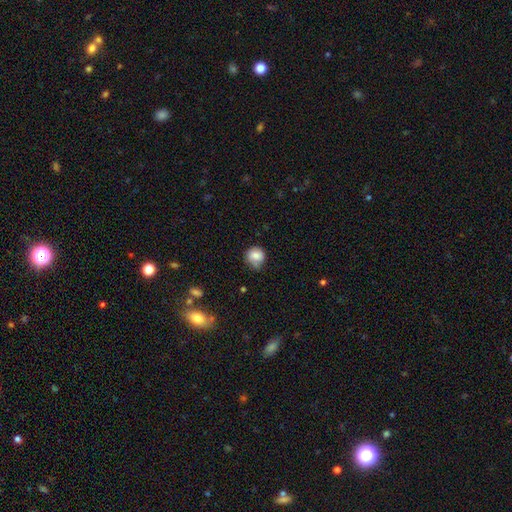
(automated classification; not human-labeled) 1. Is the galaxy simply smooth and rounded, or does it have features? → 78% smooth, 14% featured or disk, 8% star or artifact.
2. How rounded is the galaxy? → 84% round, 15% in between, 1% cigar-shaped.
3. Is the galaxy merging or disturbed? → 58% none, 32% minor disturbance, 8% major disturbance, 2% merger.